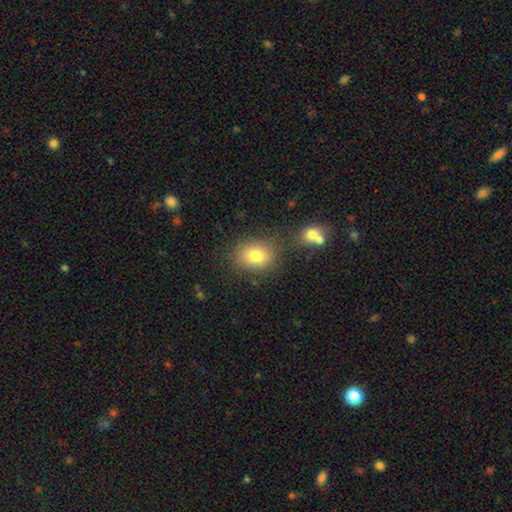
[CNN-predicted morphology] Overall: smooth (78%). How rounded: in between (50%; round 49%). Merging: none (75%).